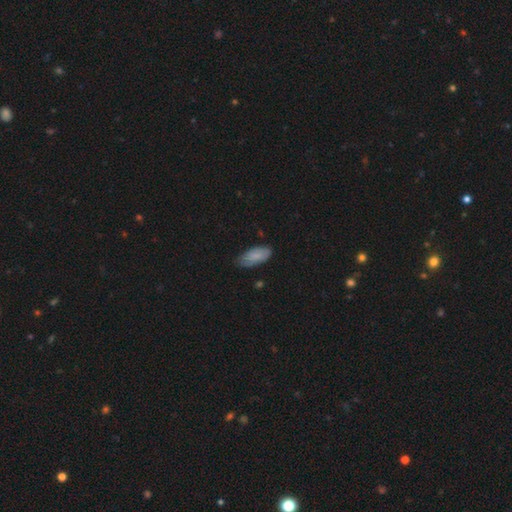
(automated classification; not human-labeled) smooth_or_featured: smooth (p=0.80) [alt: featured or disk p=0.14]
how_rounded: in between (p=0.90) [alt: cigar-shaped p=0.08]
merging: none (p=0.67) [alt: minor disturbance p=0.27]